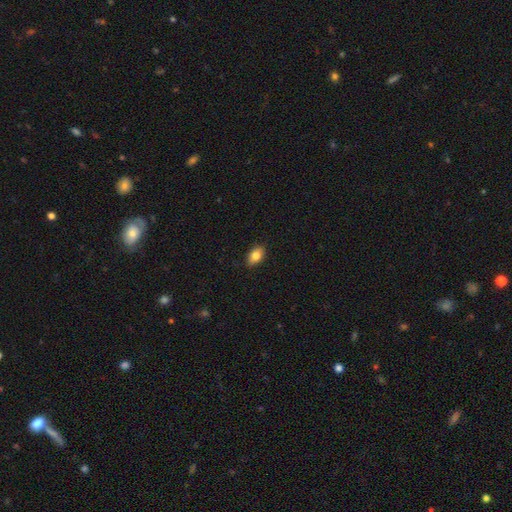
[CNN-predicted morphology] Smooth or featured? smooth (83%)
How rounded? in between (87%)
Merging? none (87%)